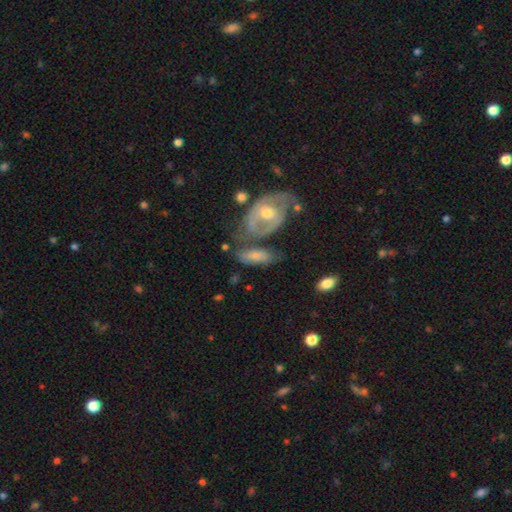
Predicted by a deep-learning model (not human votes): This appears to be a smooth galaxy with no disk features (52%) that is in between round and cigar-shaped (84%). Merging: none (40%).